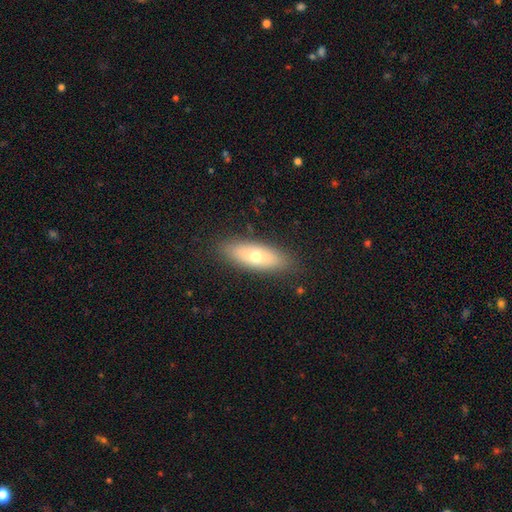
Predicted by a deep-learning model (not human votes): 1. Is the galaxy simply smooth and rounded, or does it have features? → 63% smooth, 30% featured or disk, 7% star or artifact.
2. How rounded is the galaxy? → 66% in between, 31% cigar-shaped, 3% round.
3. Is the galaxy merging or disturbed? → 85% none, 11% minor disturbance, 3% major disturbance, 1% merger.